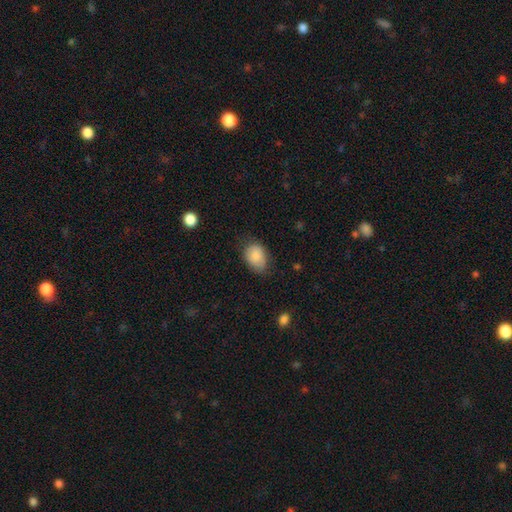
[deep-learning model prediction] A smooth galaxy with no disk features (84%) that is in between round and cigar-shaped (76%).

Vote fractions:
- Smooth or featured? smooth: 84% / featured or disk: 8% / star or artifact: 7%
- How rounded? in between: 76% / round: 23% / cigar-shaped: 1%
- Merging? none: 63% / minor disturbance: 29% / major disturbance: 6% / merger: 1%